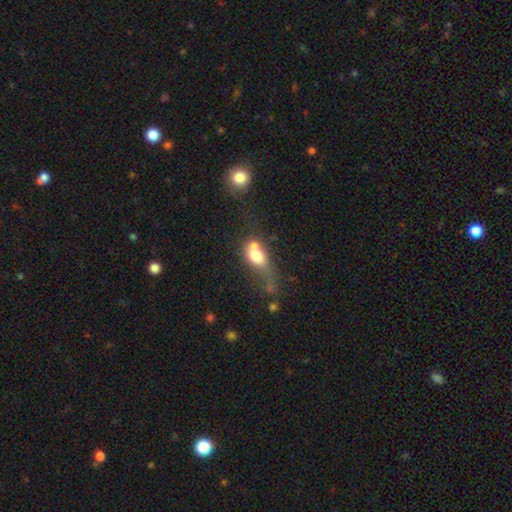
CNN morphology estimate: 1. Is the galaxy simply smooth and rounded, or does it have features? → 67% smooth, 24% featured or disk, 10% star or artifact.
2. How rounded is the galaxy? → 69% in between, 26% round, 5% cigar-shaped.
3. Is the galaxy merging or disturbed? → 49% merger, 21% major disturbance, 17% none, 14% minor disturbance.